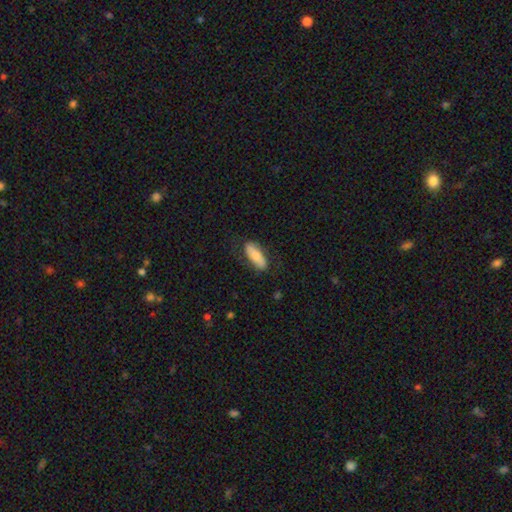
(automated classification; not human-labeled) Smooth or featured?
  - smooth: 72% *
  - featured or disk: 22%
  - star or artifact: 6%
How rounded?
  - in between: 68% *
  - cigar-shaped: 30%
  - round: 2%
Merging?
  - none: 76% *
  - minor disturbance: 17%
  - major disturbance: 5%
  - merger: 1%